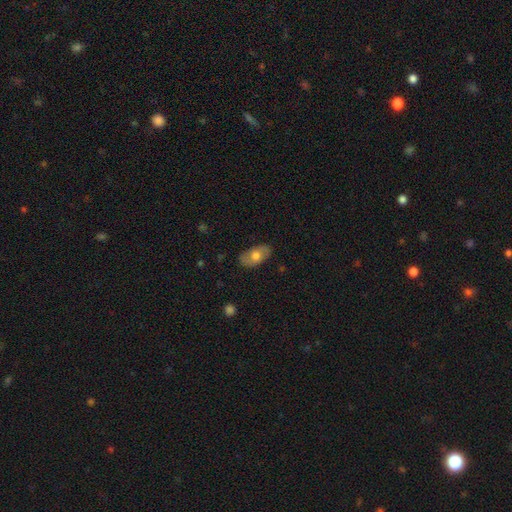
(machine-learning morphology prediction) smooth_or_featured: smooth (p=0.66) [alt: featured or disk p=0.28]
how_rounded: in between (p=0.93) [alt: round p=0.05]
merging: none (p=0.81) [alt: minor disturbance p=0.15]